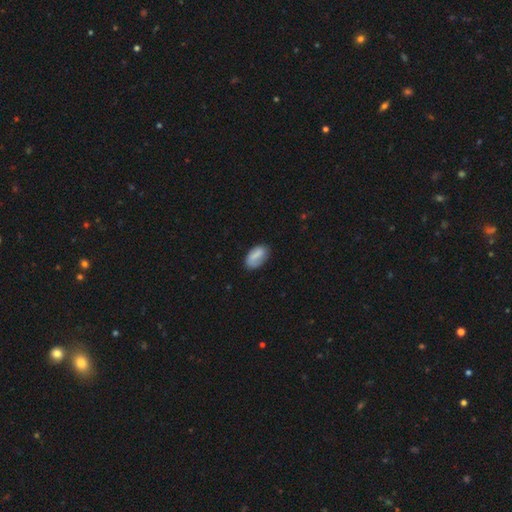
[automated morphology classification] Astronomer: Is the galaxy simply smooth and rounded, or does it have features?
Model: smooth — 75%.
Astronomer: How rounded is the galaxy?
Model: in between — 92%.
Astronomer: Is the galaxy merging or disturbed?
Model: none — 73%.